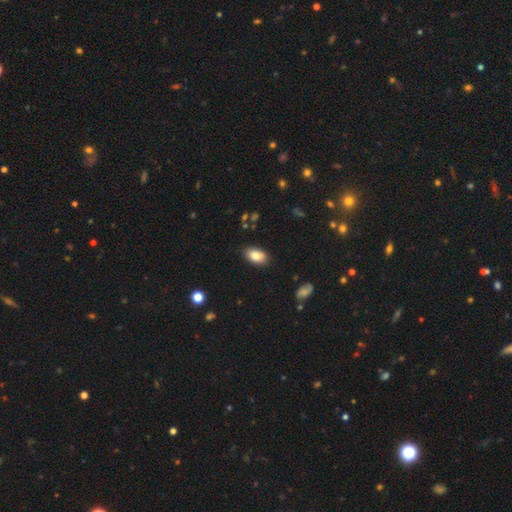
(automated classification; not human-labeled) Smooth or featured?
  - smooth: 83% *
  - featured or disk: 9%
  - star or artifact: 8%
How rounded?
  - in between: 92% *
  - round: 6%
  - cigar-shaped: 2%
Merging?
  - none: 86% *
  - minor disturbance: 10%
  - major disturbance: 2%
  - merger: 1%